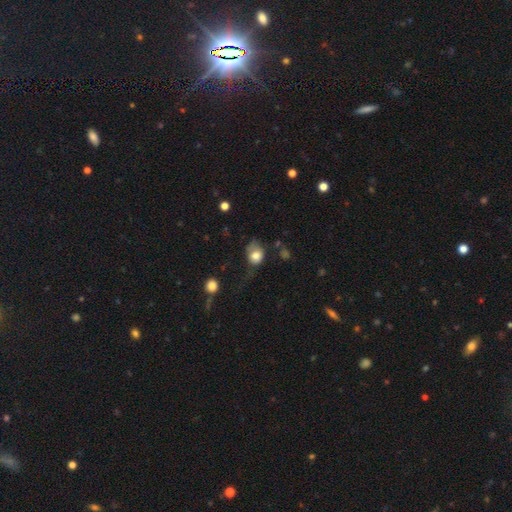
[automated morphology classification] Smooth or featured: smooth — 76% (featured or disk — 15%)
How rounded: in between — 53% (round — 46%)
Merging: major disturbance — 33% (minor disturbance — 32%)